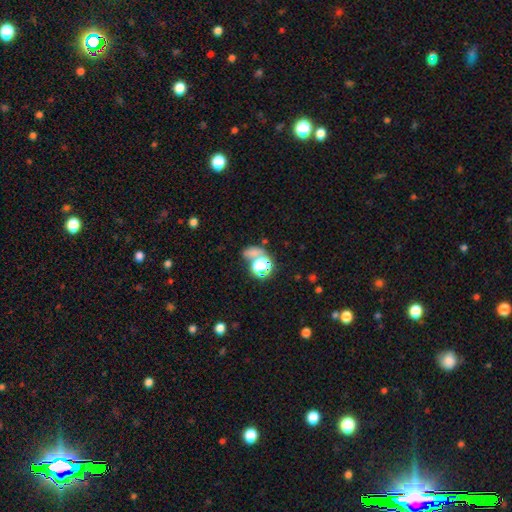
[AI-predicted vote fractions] smooth_or_featured: smooth (p=0.54) [alt: star or artifact p=0.36]
how_rounded: round (p=0.63) [alt: in between p=0.33]
merging: none (p=0.53) [alt: merger p=0.25]